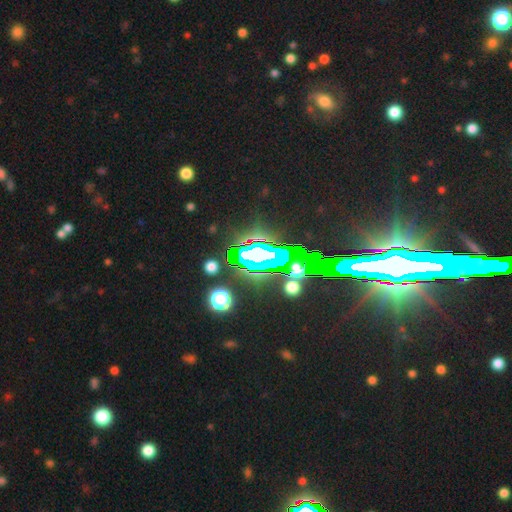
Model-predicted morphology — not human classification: Smooth or featured: star or artifact — 73% (featured or disk — 15%)